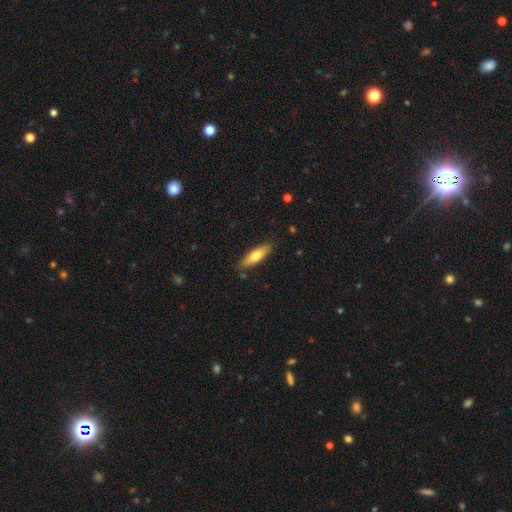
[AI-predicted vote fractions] A smooth galaxy with no disk features (68%) that is cigar-shaped (59%). Merging: none (85%).